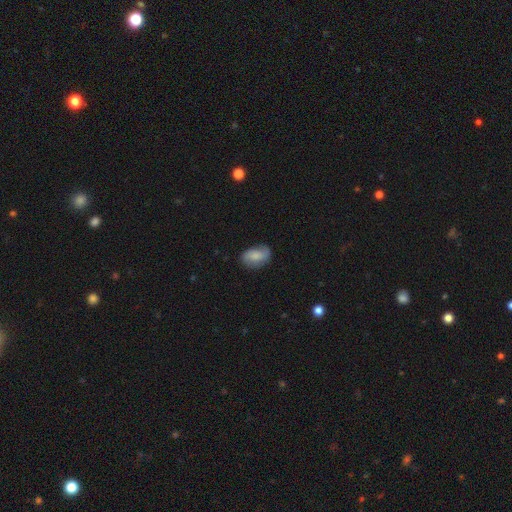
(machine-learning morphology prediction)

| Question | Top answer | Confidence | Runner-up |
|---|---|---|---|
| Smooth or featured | smooth | 63% | featured or disk (29%) |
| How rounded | in between | 87% | round (11%) |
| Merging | none | 70% | minor disturbance (23%) |